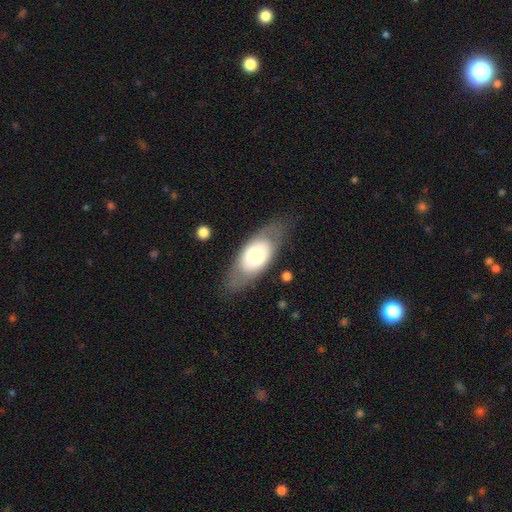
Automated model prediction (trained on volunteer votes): smooth-or-featured: smooth: 53% | featured or disk: 40% | star or artifact: 6%
  how-rounded: in between: 84% | cigar-shaped: 10% | round: 6%
  merging: none: 74% | minor disturbance: 15% | major disturbance: 9% | merger: 2%